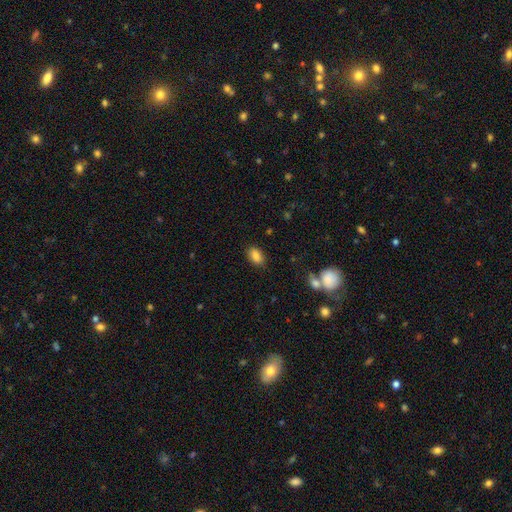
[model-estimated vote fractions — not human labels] The model was most divided on "merging": none: 85%, minor disturbance: 11%, major disturbance: 3%, merger: 2%. More confident: how rounded — in between (89%); smooth or featured — smooth (85%).